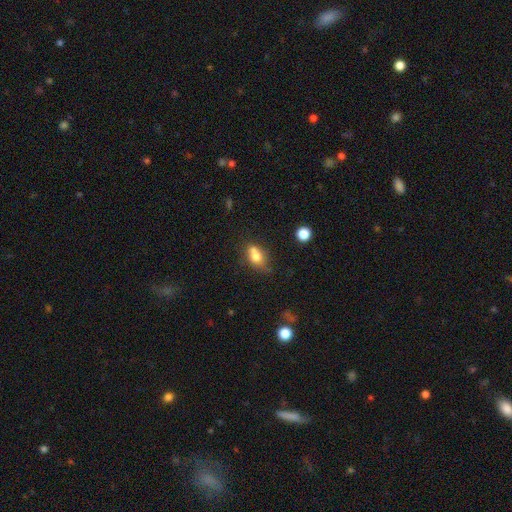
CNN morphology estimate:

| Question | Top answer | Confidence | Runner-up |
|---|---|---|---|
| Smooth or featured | smooth | 72% | featured or disk (17%) |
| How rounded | in between | 62% | round (36%) |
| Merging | merger | 39% | none (36%) |